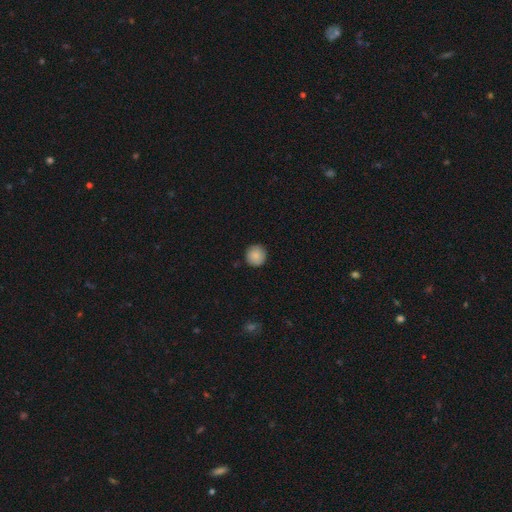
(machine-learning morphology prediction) Smooth or featured: smooth — 87% (star or artifact — 7%)
How rounded: round — 95% (in between — 4%)
Merging: none — 89% (minor disturbance — 8%)